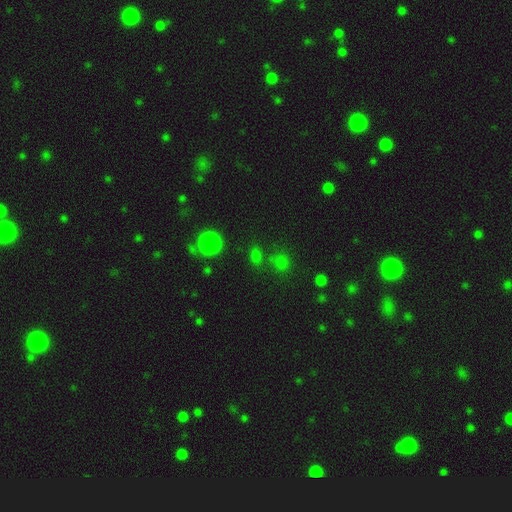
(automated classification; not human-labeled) This is likely a smooth galaxy (70%). How rounded: possibly round (59%). Merging: likely none (69%).